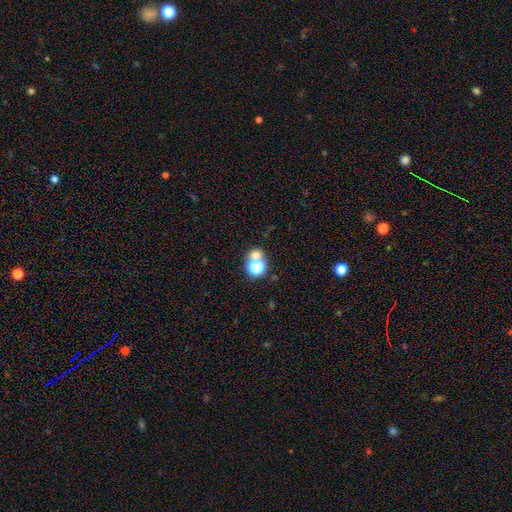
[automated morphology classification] smooth_or_featured: smooth (p=0.61) [alt: star or artifact p=0.29]
how_rounded: round (p=0.80) [alt: in between p=0.19]
merging: none (p=0.55) [alt: merger p=0.34]